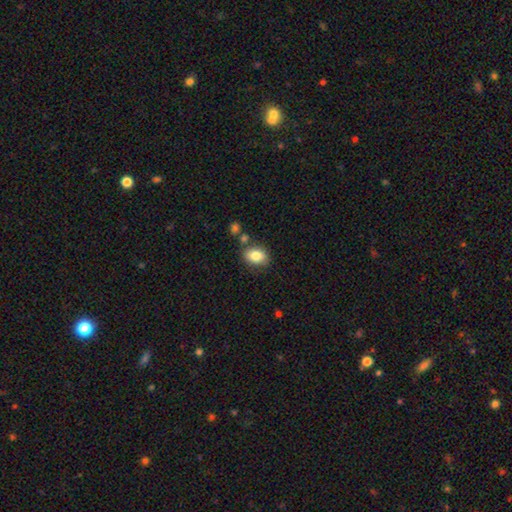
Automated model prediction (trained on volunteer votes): Smooth or featured? Predicted: smooth (p=0.83). How rounded? Predicted: in between (p=0.76). Merging? Predicted: none (p=0.75).